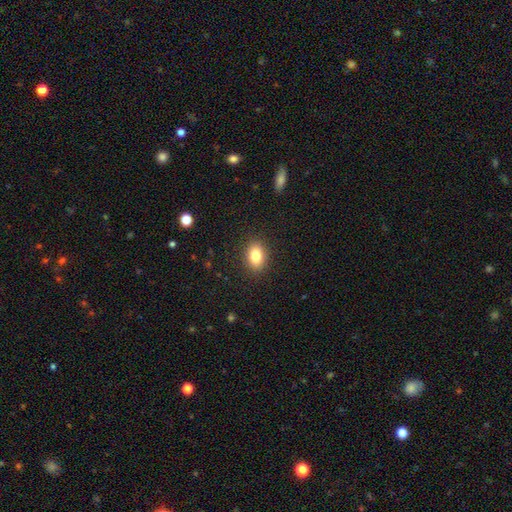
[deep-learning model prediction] This appears to be a smooth galaxy with no disk features (83%) that is in between round and cigar-shaped (80%). Merging: none (88%).